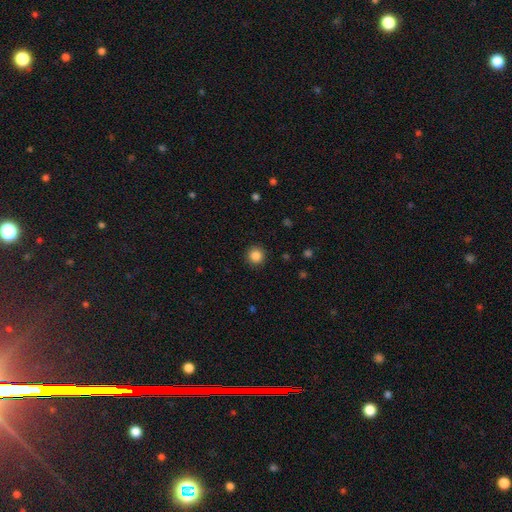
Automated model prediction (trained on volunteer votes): Morphology: type=smooth (86%); roundness=round (95%); merging=none (91%).